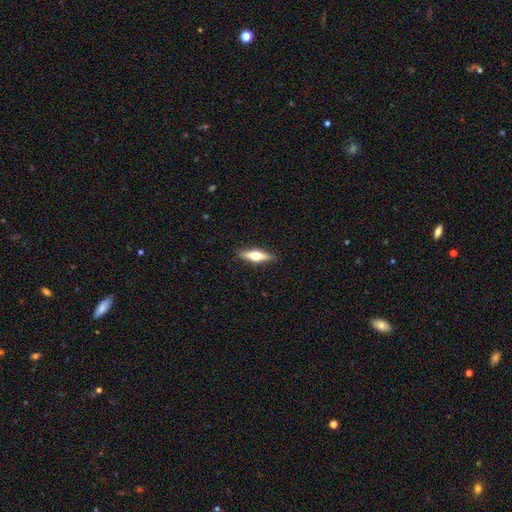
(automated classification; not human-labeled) This appears to be a featured or disk galaxy (53%) viewed edge-on (94%) with a rounded central bulge (94%). Merging: none (89%).